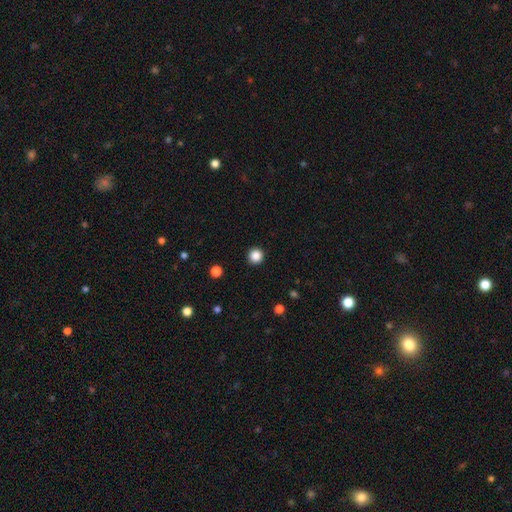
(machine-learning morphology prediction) Smooth or featured? Predicted: smooth (p=0.86). How rounded? Predicted: round (p=0.96). Merging? Predicted: none (p=0.93).